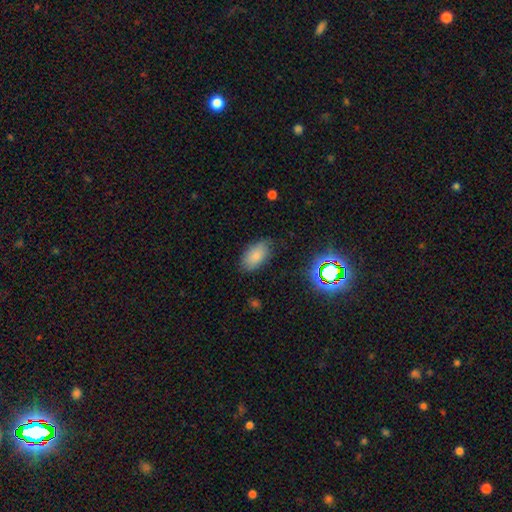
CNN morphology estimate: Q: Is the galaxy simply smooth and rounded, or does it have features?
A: smooth — 81%.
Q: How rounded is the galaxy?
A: in between — 93%.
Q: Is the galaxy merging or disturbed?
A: none — 78%.